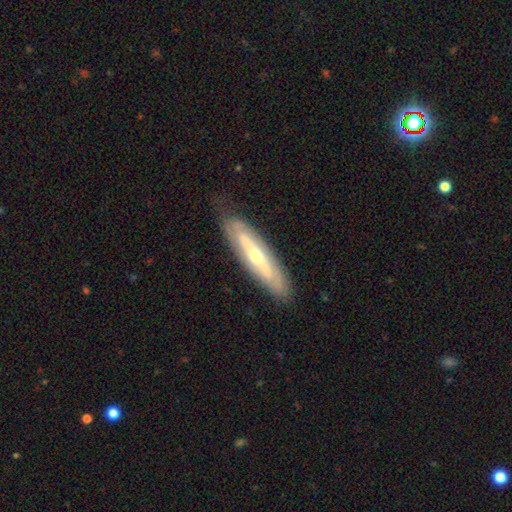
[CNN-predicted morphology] Smooth or featured: featured or disk — 63% (smooth — 30%)
Edge-on disk: yes — 58% (no — 42%)
Merging: none — 83% (minor disturbance — 13%)